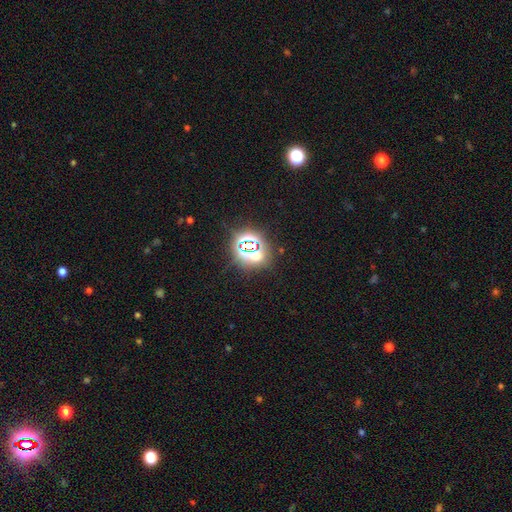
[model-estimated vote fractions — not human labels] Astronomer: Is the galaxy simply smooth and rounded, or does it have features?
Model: star or artifact — 69%.